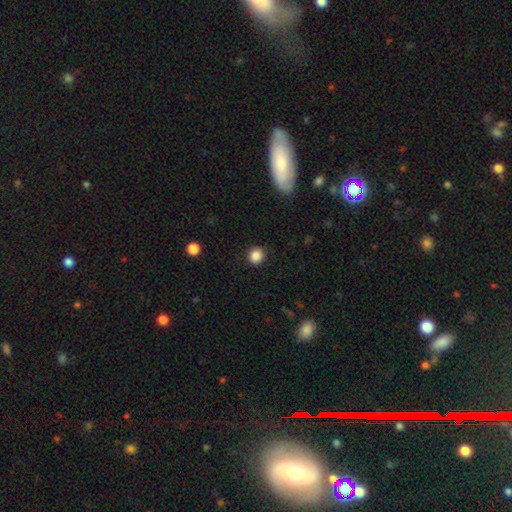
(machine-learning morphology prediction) A smooth galaxy with no disk features (87%) that is round (88%). Merging: none (90%).